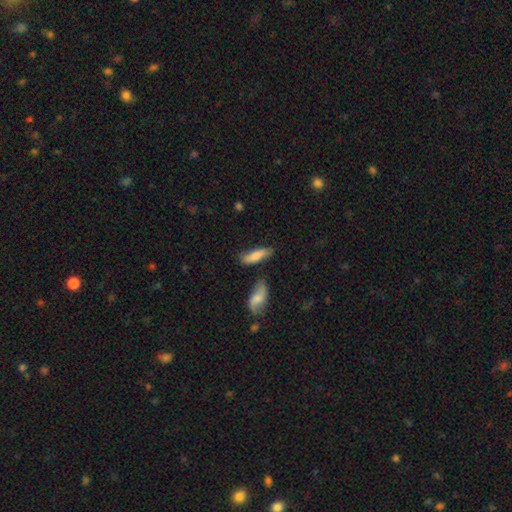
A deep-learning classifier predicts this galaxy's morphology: A smooth galaxy with no disk features (76%) that is in between round and cigar-shaped (51%). Merging: none (64%).